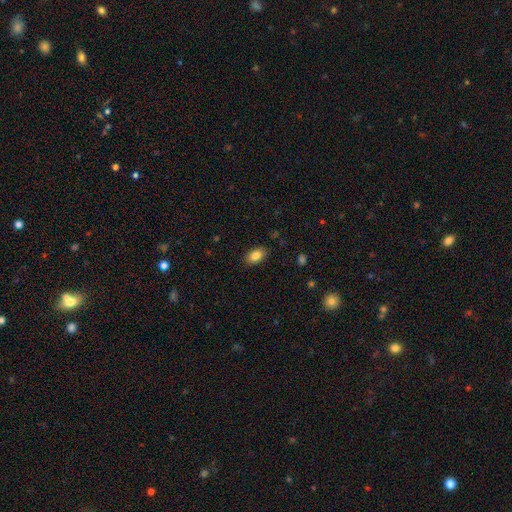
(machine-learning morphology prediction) Smooth or featured? smooth (85%)
How rounded? in between (90%)
Merging? none (87%)